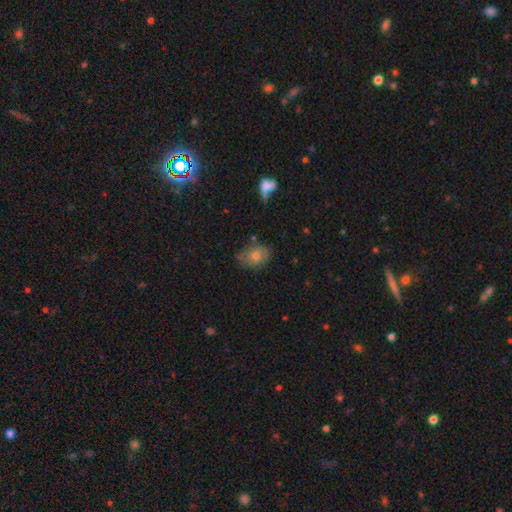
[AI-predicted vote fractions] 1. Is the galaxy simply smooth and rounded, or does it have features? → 65% smooth, 25% featured or disk, 10% star or artifact.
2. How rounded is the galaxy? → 64% in between, 34% round, 1% cigar-shaped.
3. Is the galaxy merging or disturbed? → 62% none, 27% minor disturbance, 8% major disturbance, 4% merger.